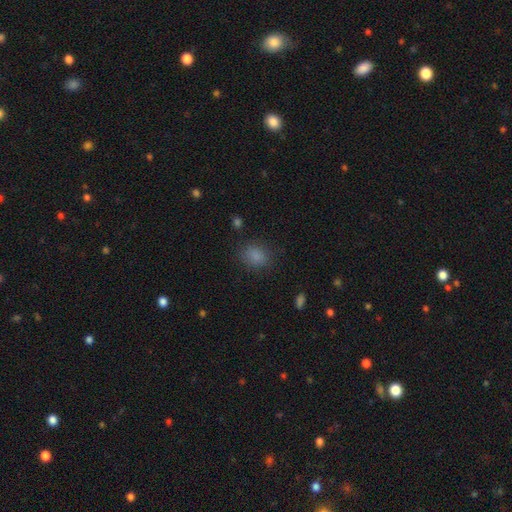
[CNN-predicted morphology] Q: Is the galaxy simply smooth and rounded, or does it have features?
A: smooth — 83%.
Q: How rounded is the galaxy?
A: in between — 51%.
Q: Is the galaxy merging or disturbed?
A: none — 80%.